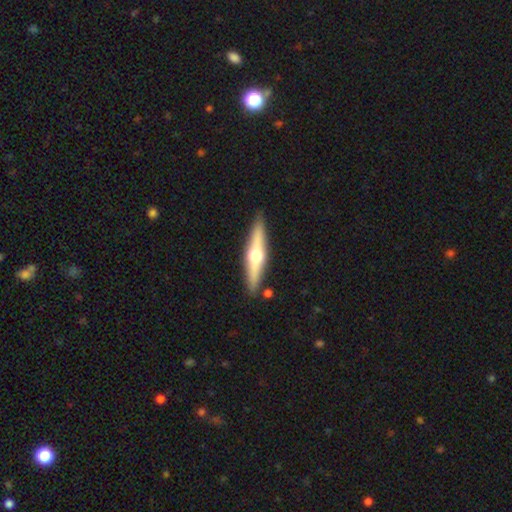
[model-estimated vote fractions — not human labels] smooth_or_featured: featured or disk (p=0.62) [alt: smooth p=0.32]
disk_edge_on: yes (p=0.95) [alt: no p=0.05]
edge_on_bulge: rounded (p=0.94) [alt: boxy p=0.03]
merging: none (p=0.87) [alt: minor disturbance p=0.08]